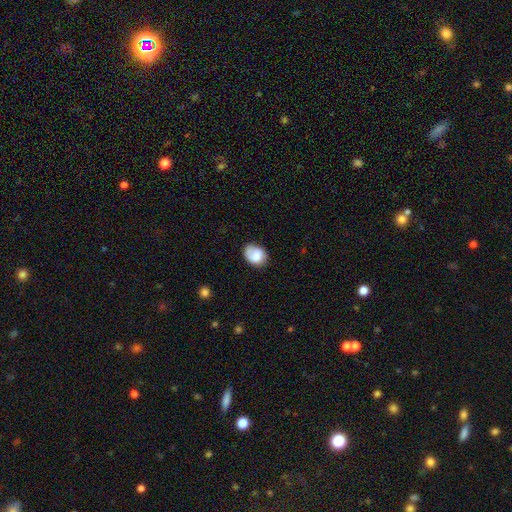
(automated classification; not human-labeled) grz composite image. It shows a smooth galaxy with no disk features (71%) that is in between round and cigar-shaped (63%). Merging: none (61%).